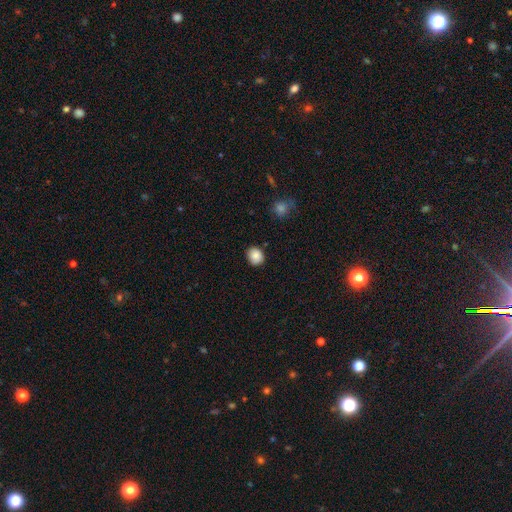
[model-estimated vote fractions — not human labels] A smooth galaxy with no disk features (87%) that is round (76%).

Vote fractions:
- Smooth or featured? smooth: 87% / star or artifact: 9% / featured or disk: 5%
- How rounded? round: 76% / in between: 23% / cigar-shaped: 1%
- Merging? none: 83% / minor disturbance: 13% / major disturbance: 2% / merger: 2%